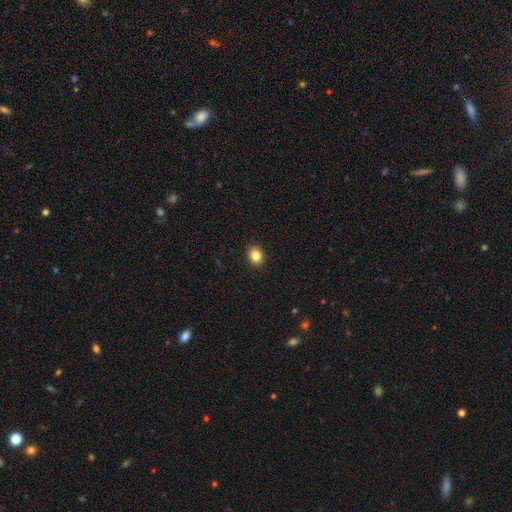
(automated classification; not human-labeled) This appears to be a smooth galaxy with no disk features (84%) that is round (56%). Merging: none (91%).